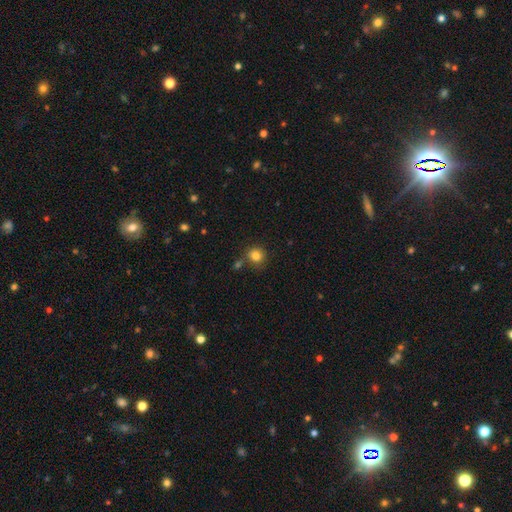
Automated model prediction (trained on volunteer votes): smooth-or-featured: smooth: 83% | star or artifact: 11% | featured or disk: 6%
  how-rounded: round: 86% | in between: 13% | cigar-shaped: 1%
  merging: none: 72% | minor disturbance: 13% | merger: 11% | major disturbance: 4%